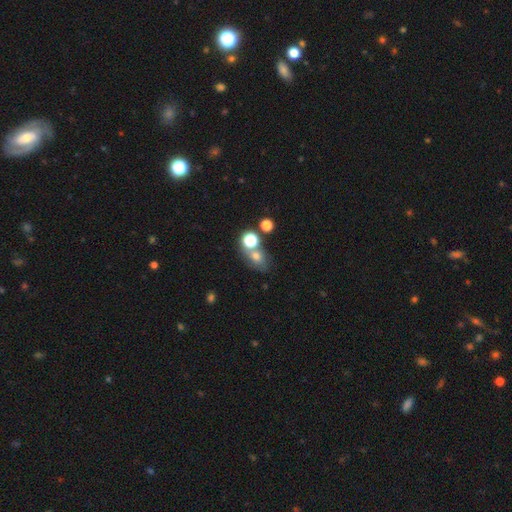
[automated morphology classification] The model was most divided on "how rounded" (2-way tie): in between: 49%, round: 49%, cigar-shaped: 2%. Remaining: smooth or featured — smooth (66%); merging — none (49%).